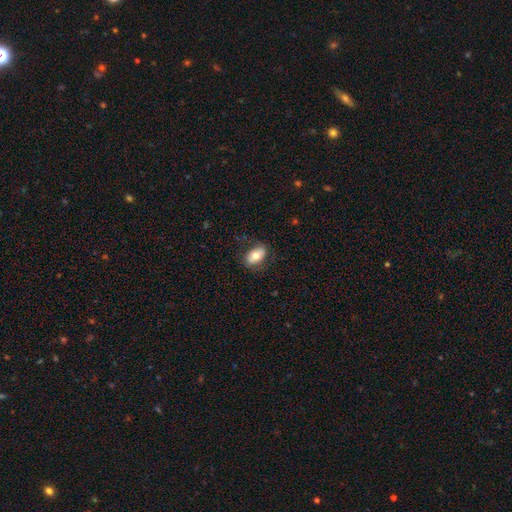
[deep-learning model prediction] Overall: smooth (71%). How rounded: in between (89%). Merging: none (78%).